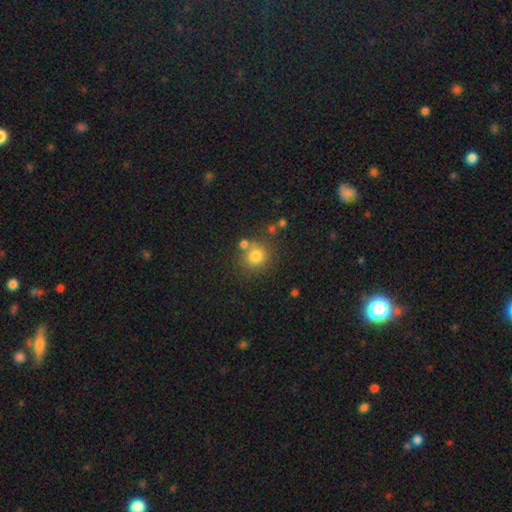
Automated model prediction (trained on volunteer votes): This is likely a smooth galaxy (78%). How rounded: clearly round (86%). Merging: likely none (71%).